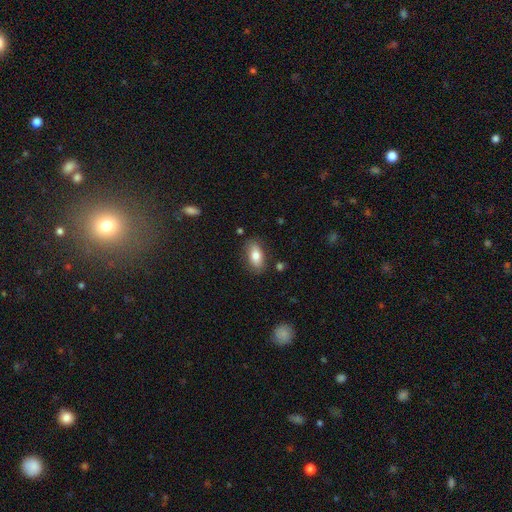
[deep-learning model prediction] The model was most divided on "smooth or featured": smooth: 78%, featured or disk: 15%, star or artifact: 7%. More confident: how rounded — in between (89%); merging — none (82%).